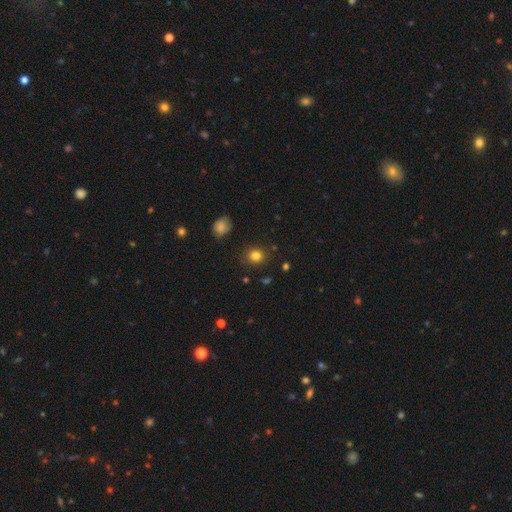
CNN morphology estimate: smooth-or-featured: smooth: 82% | star or artifact: 13% | featured or disk: 5%
  how-rounded: round: 80% | in between: 19% | cigar-shaped: 1%
  merging: none: 87% | minor disturbance: 9% | major disturbance: 3% | merger: 2%